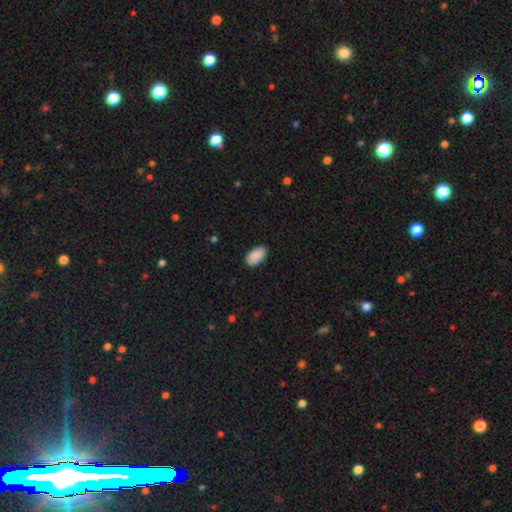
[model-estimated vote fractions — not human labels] Morphology: type=smooth (90%); roundness=in between (95%); merging=none (85%).